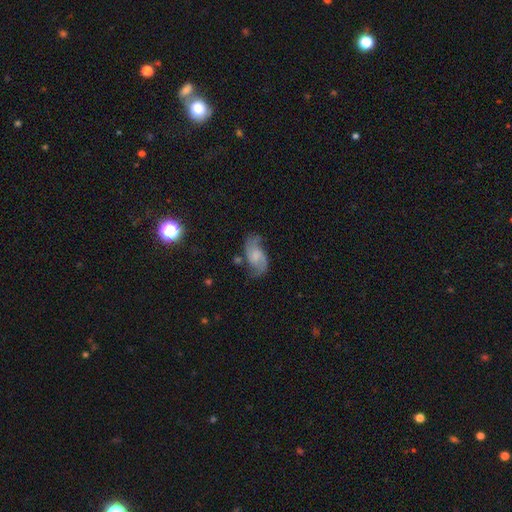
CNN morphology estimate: type=featured or disk (72%); edge-on=no (96%); bar=no (52%); spiral arms=yes (92%); winding=loose (44%); arm count=2 (89%); bulge=small (32%); merging=none (63%).